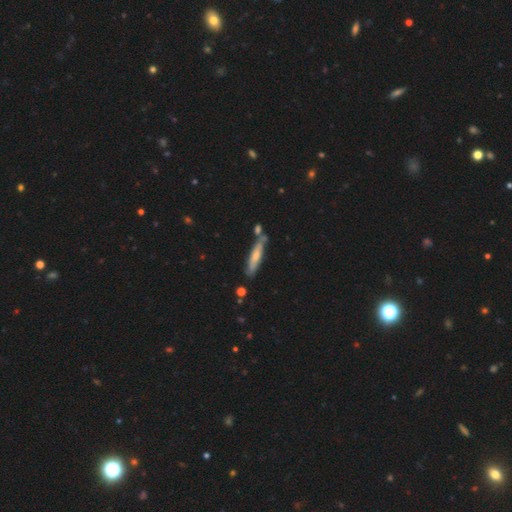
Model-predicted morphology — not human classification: A smooth galaxy with no disk features (56%) that is cigar-shaped (84%). Merging: none (61%).